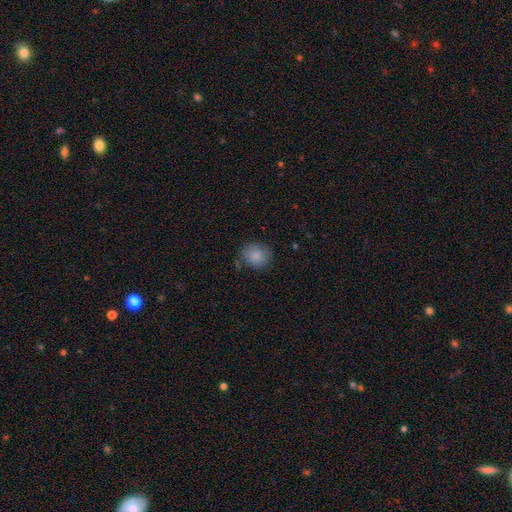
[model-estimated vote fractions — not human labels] The model was most divided on "how rounded": round: 69%, in between: 30%, cigar-shaped: 1%. More confident: smooth or featured — smooth (85%); merging — none (76%).